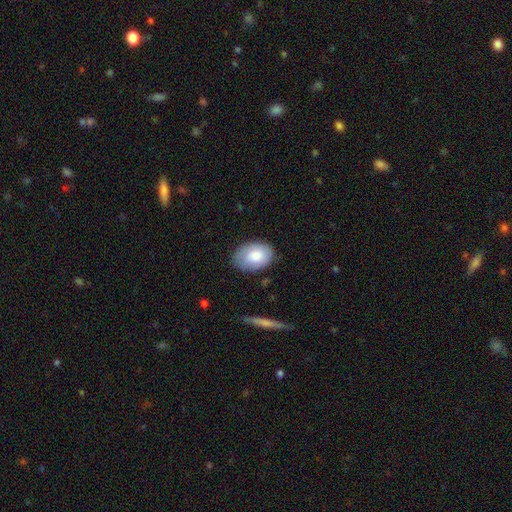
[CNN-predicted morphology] smooth-or-featured: smooth: 81% | featured or disk: 13% | star or artifact: 6%
  how-rounded: in between: 84% | round: 15% | cigar-shaped: 1%
  merging: none: 79% | minor disturbance: 16% | major disturbance: 4% | merger: 1%